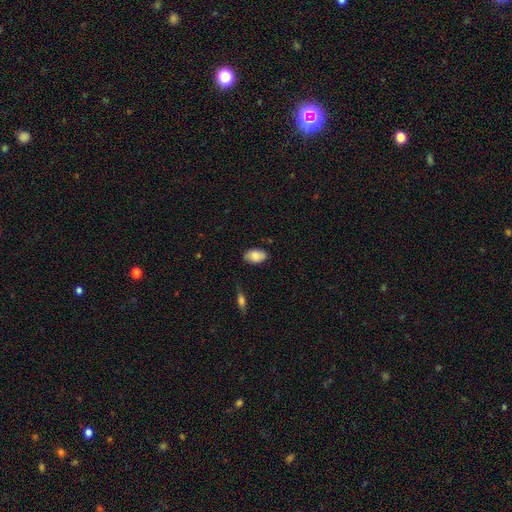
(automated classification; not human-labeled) Morphology: type=smooth (83%); roundness=in between (92%); merging=none (80%).